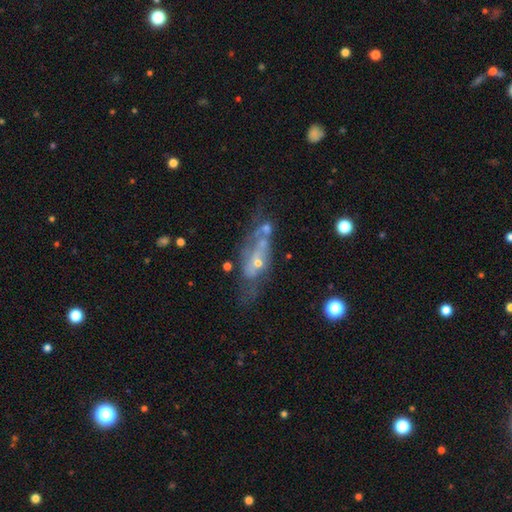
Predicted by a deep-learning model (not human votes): Smooth or featured? featured or disk (66%)
Edge-on disk? no (77%)
Bar? no (76%)
Spiral arms? no (53%)
Bulge size? small (62%)
Merging? none (47%)